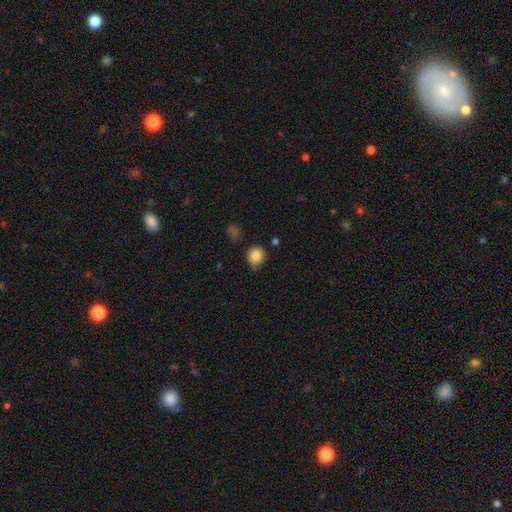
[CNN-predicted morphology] Smooth or featured: smooth — 85% (star or artifact — 10%)
How rounded: round — 84% (in between — 15%)
Merging: none — 73% (minor disturbance — 20%)